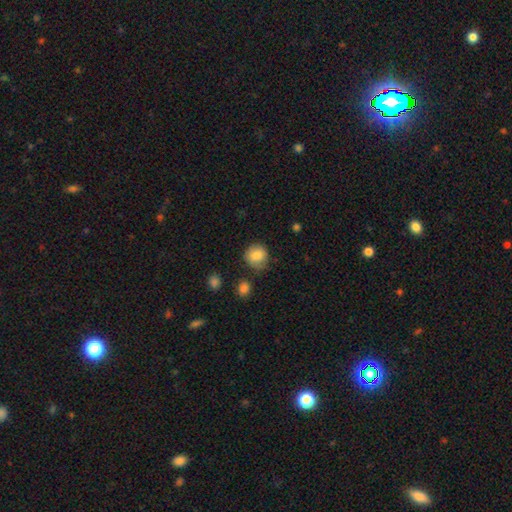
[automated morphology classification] A smooth galaxy with no disk features (84%) that is round (88%). Merging: none (76%).